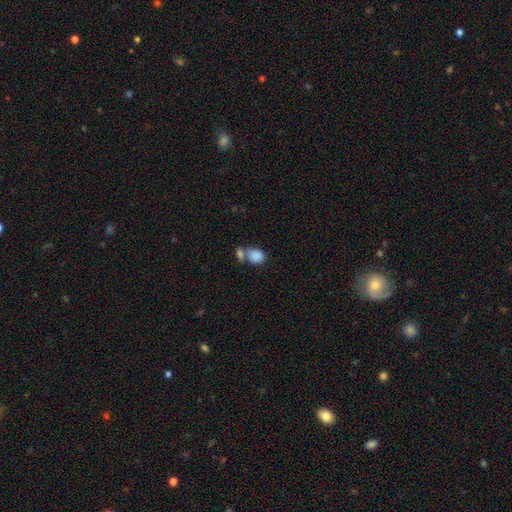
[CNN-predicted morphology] Smooth or featured? Predicted: smooth (p=0.85). How rounded? Predicted: in between (p=0.60). Merging? Predicted: merger (p=0.50).